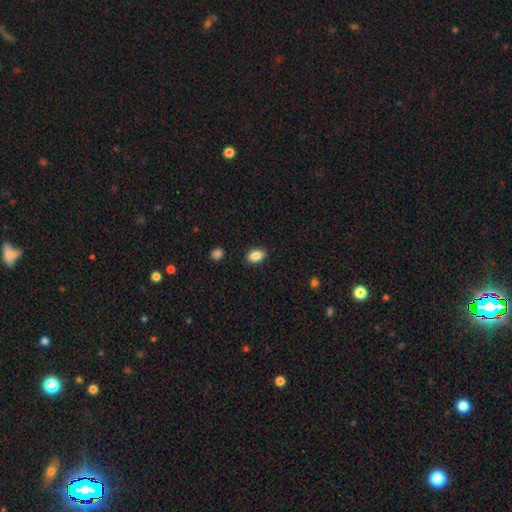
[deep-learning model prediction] Morphology: type=smooth (87%); roundness=in between (86%); merging=none (88%).